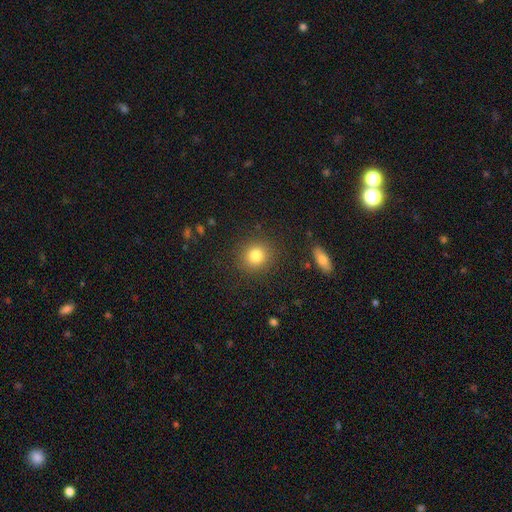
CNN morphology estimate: This appears to be a smooth galaxy with no disk features (82%) that is round (84%). Merging: none (88%).